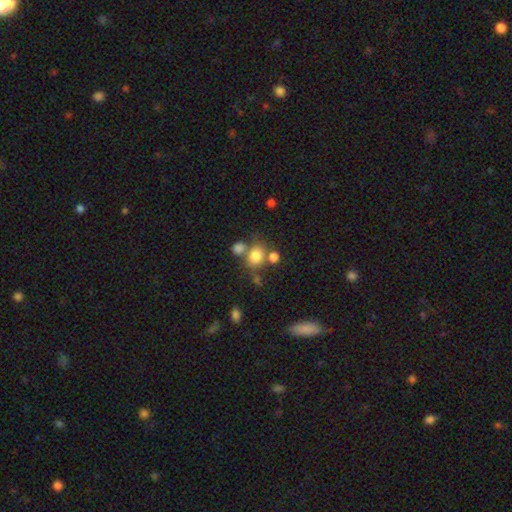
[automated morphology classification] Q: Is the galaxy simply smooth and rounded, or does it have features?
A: smooth — 78%.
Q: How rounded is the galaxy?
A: round — 67%.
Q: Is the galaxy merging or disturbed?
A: none — 56%.